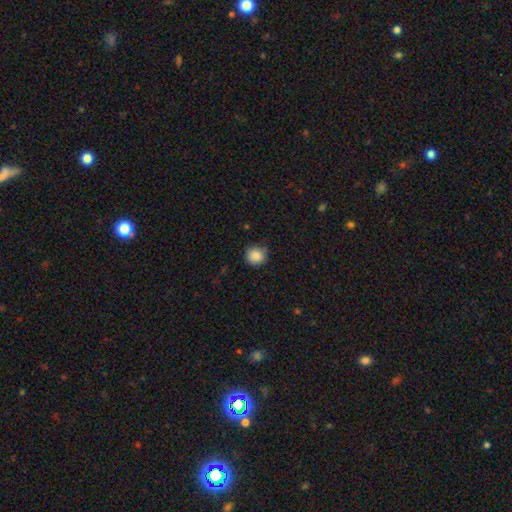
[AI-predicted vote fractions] Smooth or featured? Predicted: smooth (p=0.88). How rounded? Predicted: round (p=0.92). Merging? Predicted: none (p=0.84).